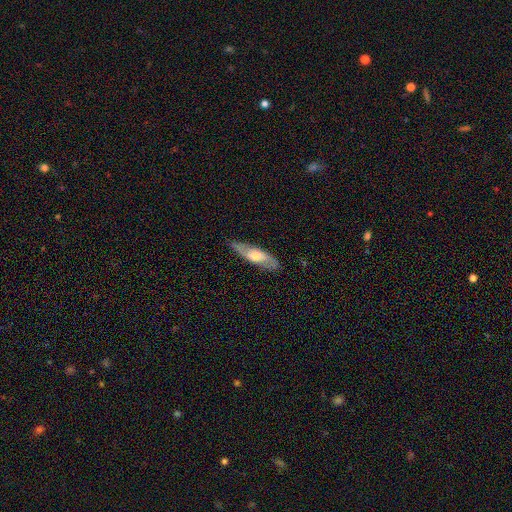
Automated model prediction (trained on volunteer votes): smooth_or_featured: featured or disk (p=0.50) [alt: smooth p=0.44]
disk_edge_on: no (p=0.58) [alt: yes p=0.42]
merging: none (p=0.80) [alt: minor disturbance p=0.16]